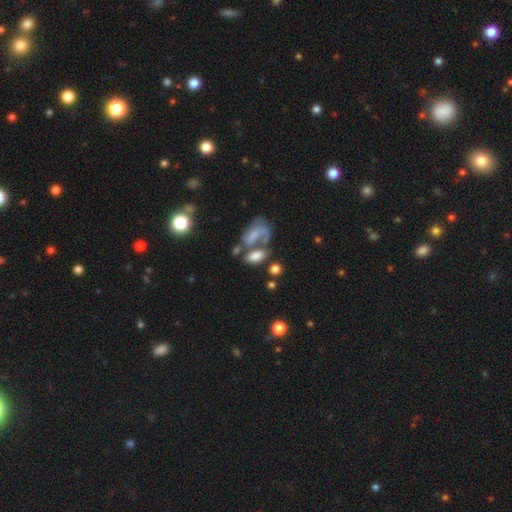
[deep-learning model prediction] Smooth or featured? smooth (72%)
How rounded? in between (87%)
Merging? merger (41%)